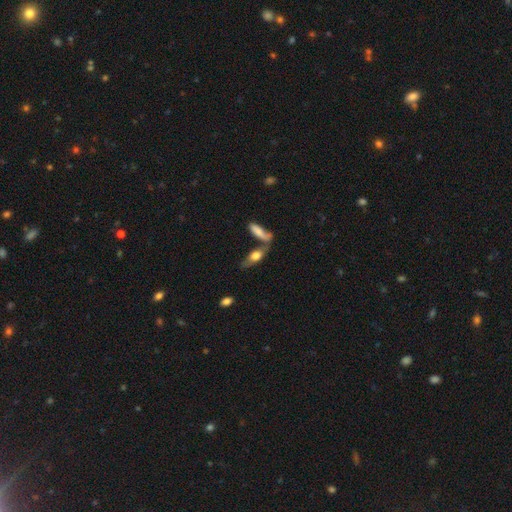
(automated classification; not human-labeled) Smooth or featured? Predicted: smooth (p=0.58). How rounded? Predicted: in between (p=0.61). Merging? Predicted: none (p=0.49).